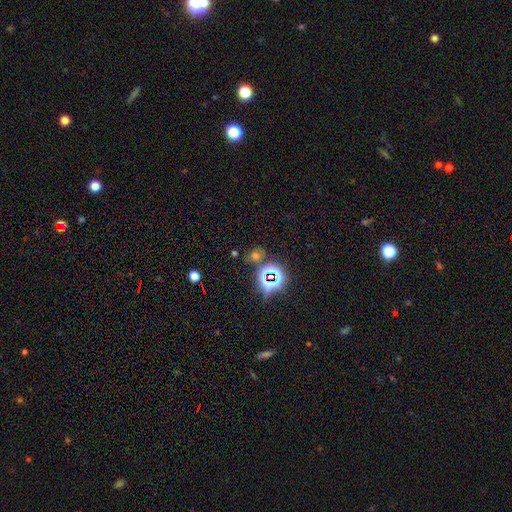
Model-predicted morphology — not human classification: Q: Smooth or featured?
A: star or artifact (63%); runner-up: smooth (28%)